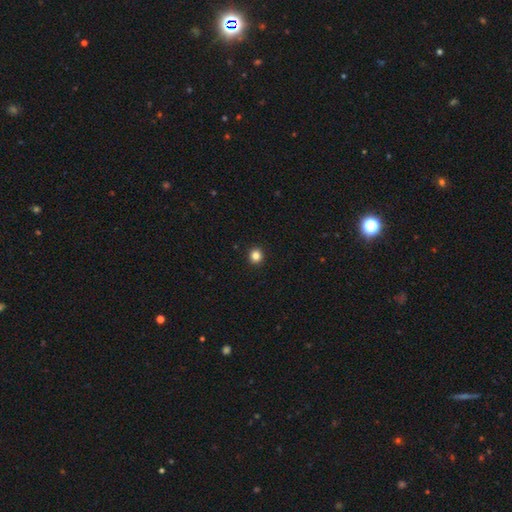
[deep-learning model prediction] Smooth or featured: smooth — 84% (star or artifact — 12%)
How rounded: round — 89% (in between — 10%)
Merging: none — 93% (minor disturbance — 4%)